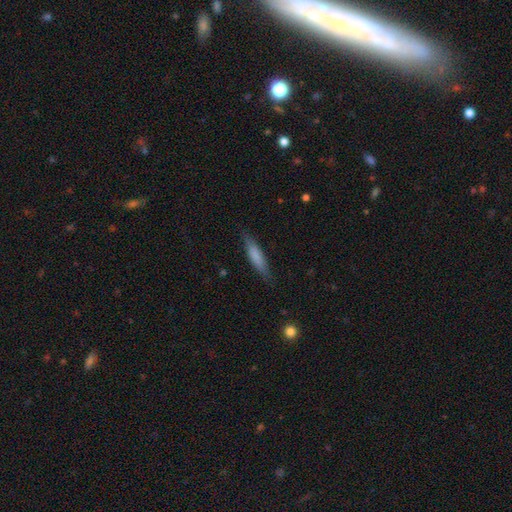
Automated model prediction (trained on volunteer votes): Smooth or featured? Predicted: smooth (p=0.75). How rounded? Predicted: cigar-shaped (p=0.81). Merging? Predicted: none (p=0.83).